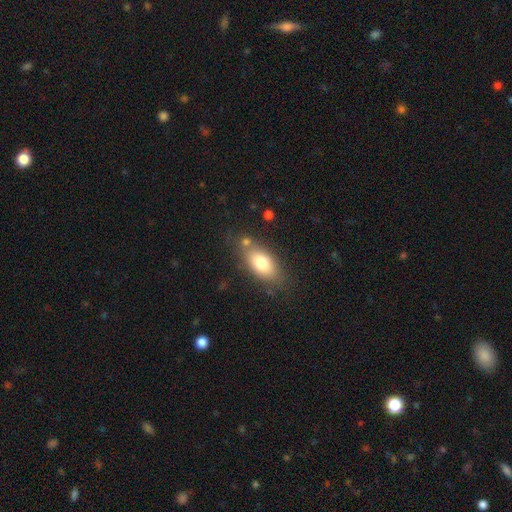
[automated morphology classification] smooth_or_featured: smooth (p=0.74) [alt: featured or disk p=0.15]
how_rounded: in between (p=0.84) [alt: round p=0.09]
merging: none (p=0.74) [alt: minor disturbance p=0.16]